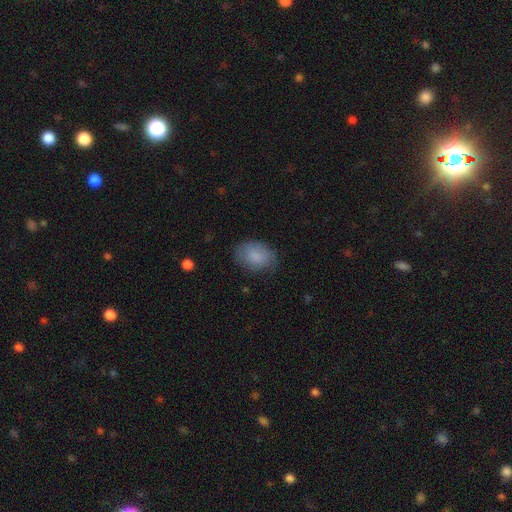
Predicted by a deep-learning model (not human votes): Smooth or featured: smooth — 83% (featured or disk — 10%)
How rounded: in between — 79% (round — 20%)
Merging: none — 68% (minor disturbance — 24%)